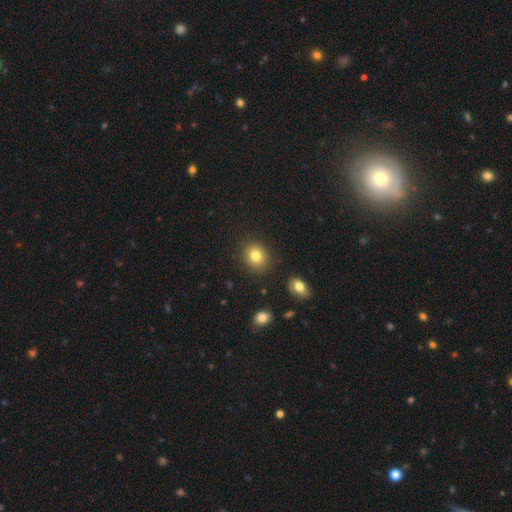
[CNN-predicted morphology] Smooth or featured: smooth — 82% (star or artifact — 11%)
How rounded: round — 68% (in between — 31%)
Merging: none — 86% (minor disturbance — 9%)